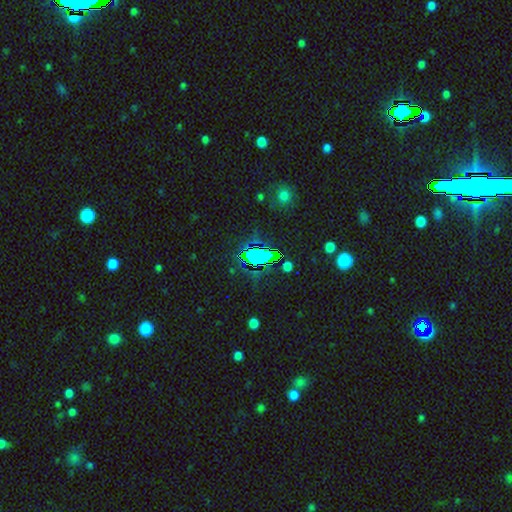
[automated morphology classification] This appears to be a star or artifact, not a galaxy (65%).